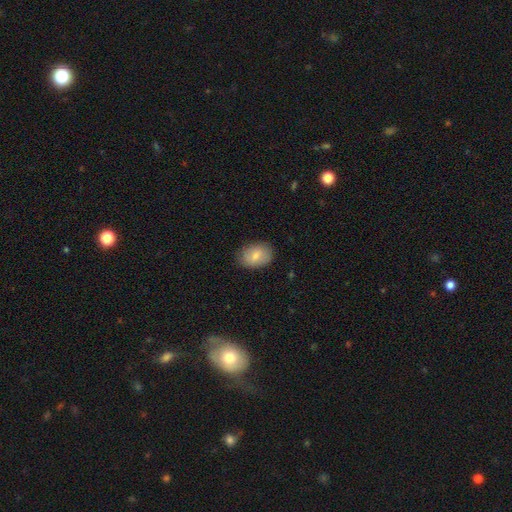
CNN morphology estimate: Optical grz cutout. It shows a smooth galaxy with no disk features (76%) that is in between round and cigar-shaped (79%). Merging: none (82%).